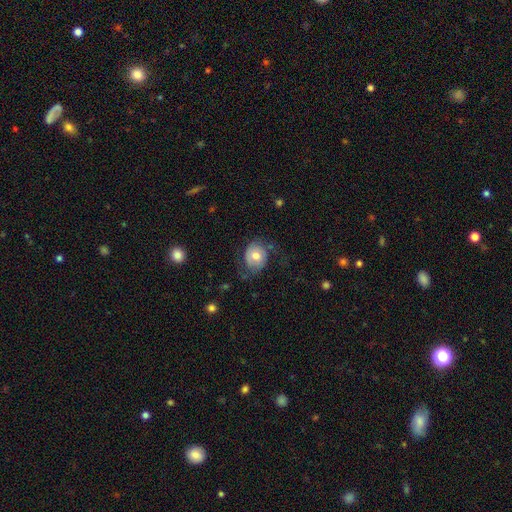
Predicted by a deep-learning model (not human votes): A smooth galaxy with no disk features (58%) that is round (65%).

Vote fractions:
- Smooth or featured? smooth: 58% / featured or disk: 34% / star or artifact: 8%
- How rounded? round: 65% / in between: 34% / cigar-shaped: 1%
- Merging? none: 55% / minor disturbance: 24% / major disturbance: 18% / merger: 2%